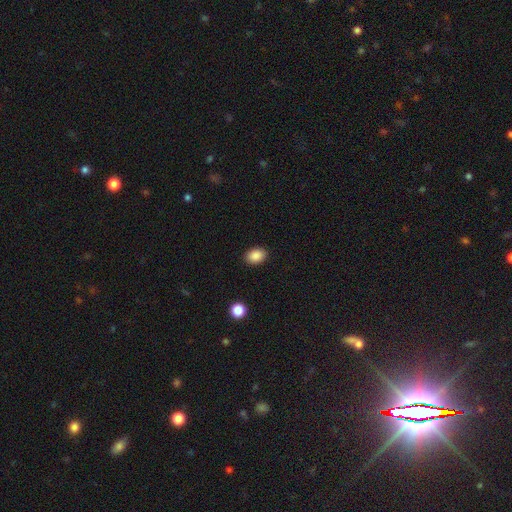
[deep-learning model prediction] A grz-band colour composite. It shows a smooth galaxy with no disk features (88%) that is in between round and cigar-shaped (74%). Merging: none (90%).